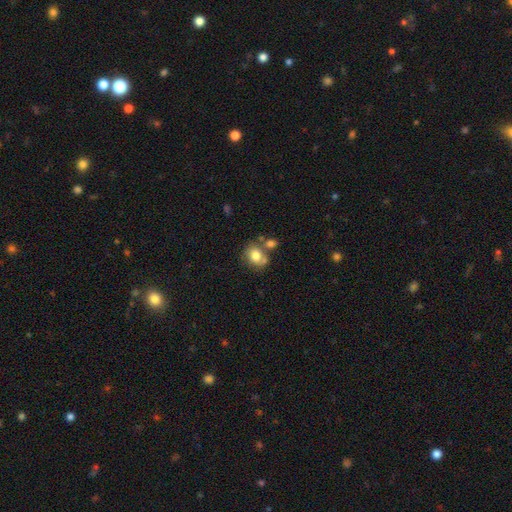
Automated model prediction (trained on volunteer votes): Q: Smooth or featured?
A: smooth (77%); runner-up: featured or disk (13%)
Q: How rounded?
A: round (62%); runner-up: in between (37%)
Q: Merging?
A: none (54%); runner-up: merger (26%)